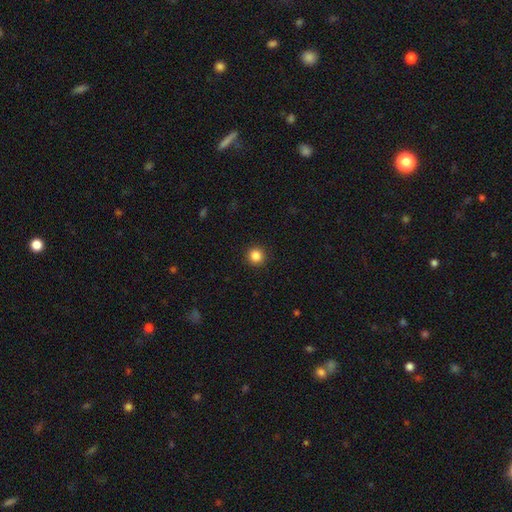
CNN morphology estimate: smooth 85%, star or artifact 11%, featured or disk 4%. Down the decision tree: how rounded — round (96%); merging — none (93%).